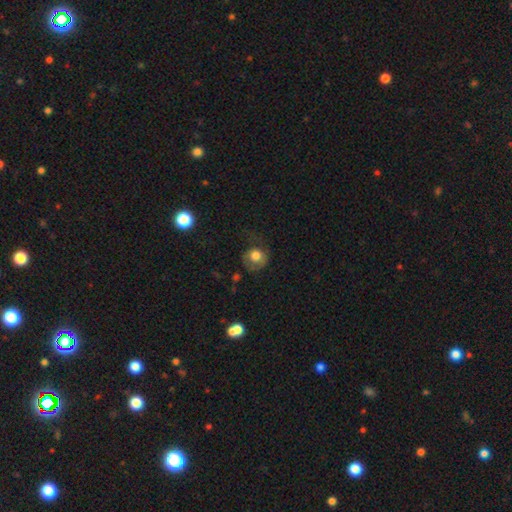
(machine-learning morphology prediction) This appears to be a smooth galaxy with no disk features (69%) that is round (80%). Merging: none (45%).